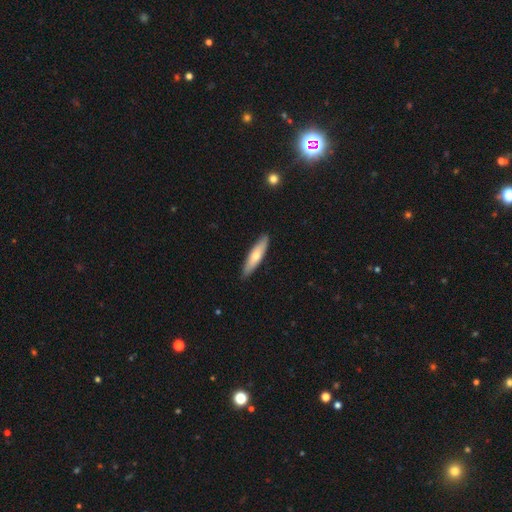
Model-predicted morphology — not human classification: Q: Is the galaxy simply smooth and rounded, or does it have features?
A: smooth — 62%.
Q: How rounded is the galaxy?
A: cigar-shaped — 75%.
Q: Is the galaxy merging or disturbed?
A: none — 89%.